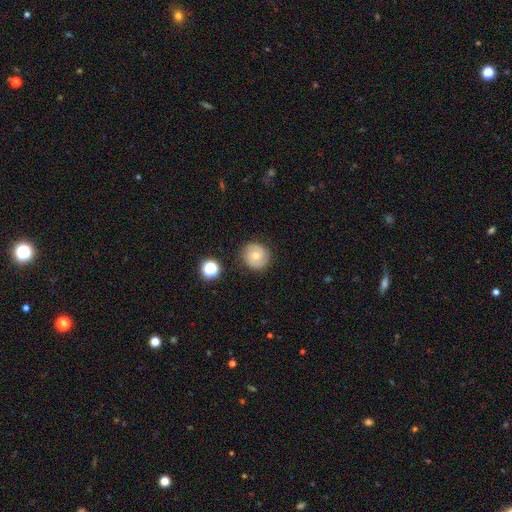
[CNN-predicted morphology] Smooth or featured? Predicted: smooth (p=0.45). Merging? Predicted: none (p=0.85).